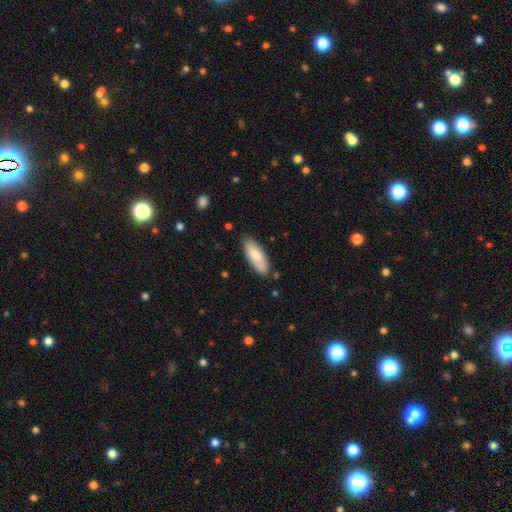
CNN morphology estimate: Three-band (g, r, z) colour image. It shows a smooth galaxy with no disk features (77%) that is in between round and cigar-shaped (72%). Merging: none (79%).